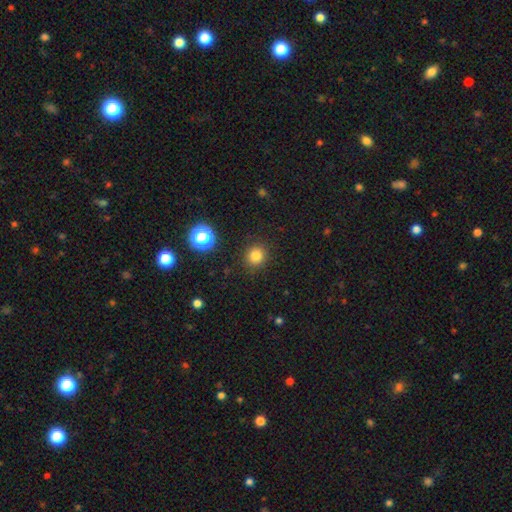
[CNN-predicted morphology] type=smooth (81%); roundness=round (88%); merging=none (90%).